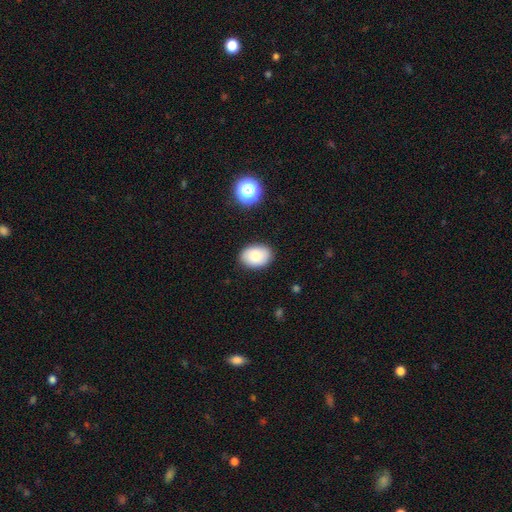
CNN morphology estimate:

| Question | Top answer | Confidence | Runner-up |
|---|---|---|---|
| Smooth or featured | smooth | 82% | featured or disk (9%) |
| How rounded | in between | 78% | round (21%) |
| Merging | none | 86% | minor disturbance (11%) |